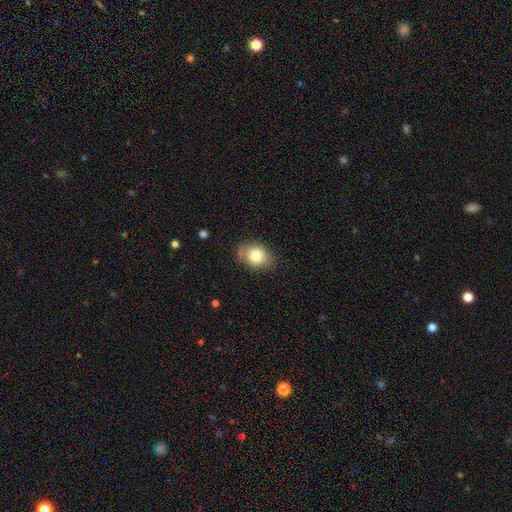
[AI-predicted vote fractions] This is likely a smooth galaxy (78%). How rounded: possibly in between (57%). Merging: likely none (71%).